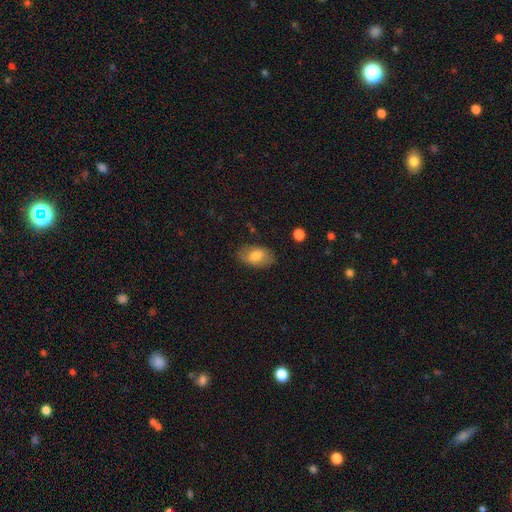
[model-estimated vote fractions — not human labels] smooth_or_featured: smooth (p=0.77) [alt: featured or disk p=0.16]
how_rounded: in between (p=0.92) [alt: round p=0.06]
merging: none (p=0.79) [alt: minor disturbance p=0.15]